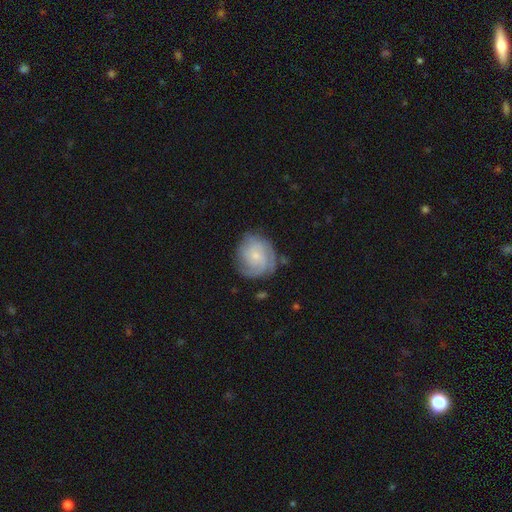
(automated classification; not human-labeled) Q: Smooth or featured?
A: featured or disk (67%); runner-up: smooth (27%)
Q: Edge-on disk?
A: no (98%); runner-up: yes (2%)
Q: Bar?
A: no (76%); runner-up: weak (21%)
Q: Spiral arms?
A: yes (91%); runner-up: no (9%)
Q: Spiral winding?
A: tight (61%); runner-up: medium (30%)
Q: Spiral arm count?
A: can't tell (34%); runner-up: 3 (25%)
Q: Bulge size?
A: small (73%); runner-up: moderate (21%)
Q: Merging?
A: none (71%); runner-up: minor disturbance (20%)